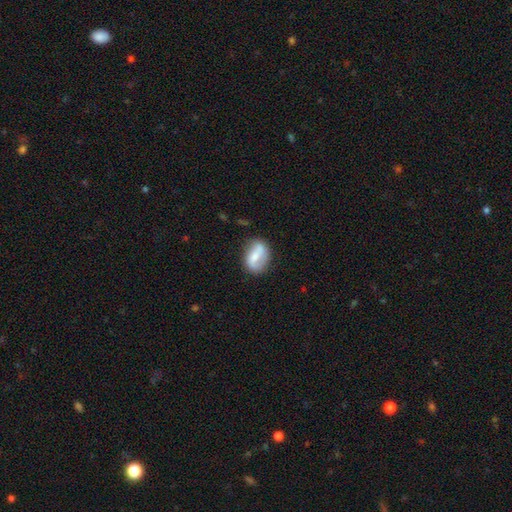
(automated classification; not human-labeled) Smooth or featured?
  - featured or disk: 51% *
  - smooth: 42%
  - star or artifact: 7%
Edge-on disk?
  - no: 95% *
  - yes: 5%
Merging?
  - none: 68% *
  - minor disturbance: 21%
  - major disturbance: 7%
  - merger: 4%